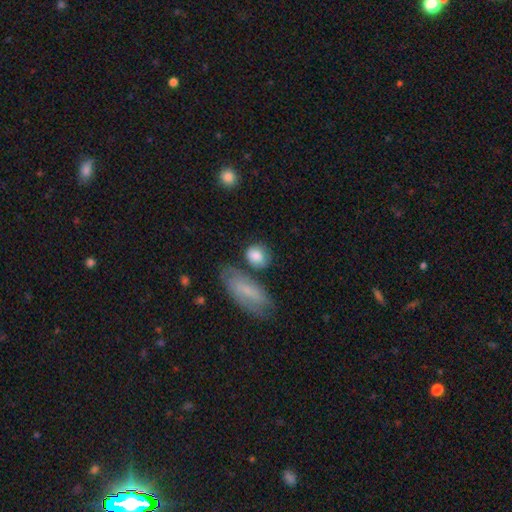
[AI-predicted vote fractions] Smooth or featured?
  - smooth: 83% *
  - featured or disk: 10%
  - star or artifact: 6%
How rounded?
  - round: 52% *
  - in between: 45%
  - cigar-shaped: 3%
Merging?
  - none: 58% *
  - minor disturbance: 20%
  - merger: 14%
  - major disturbance: 8%